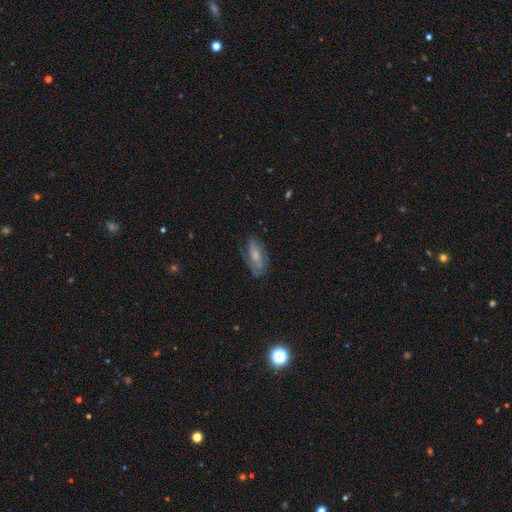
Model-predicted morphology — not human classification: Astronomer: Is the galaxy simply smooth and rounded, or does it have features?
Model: featured or disk — 54% (runner-up: smooth, 37%).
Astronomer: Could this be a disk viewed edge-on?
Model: no — 88%.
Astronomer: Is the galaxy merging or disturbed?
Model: none — 61%.